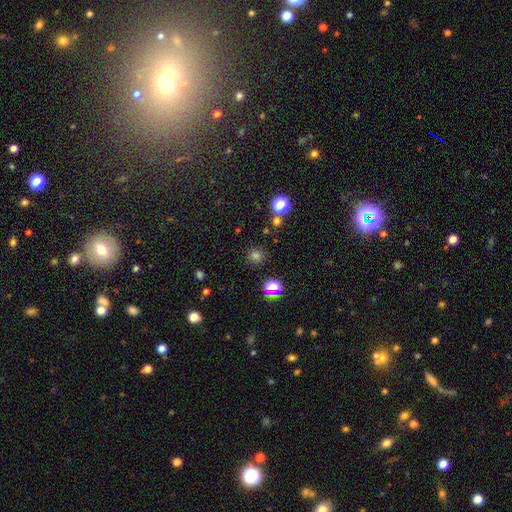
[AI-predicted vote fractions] smooth 71%, star or artifact 23%, featured or disk 5%. Down the decision tree: how rounded — round (90%); merging — none (87%).